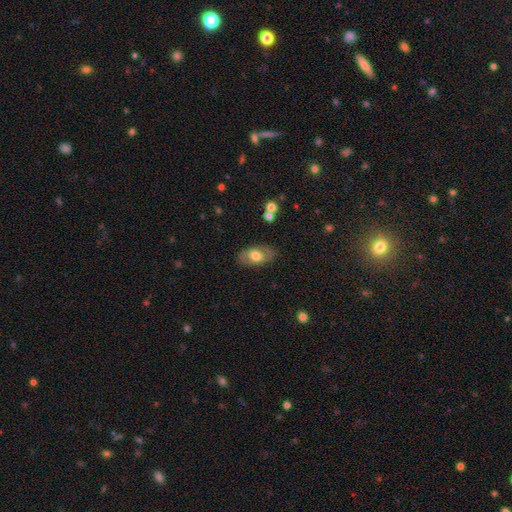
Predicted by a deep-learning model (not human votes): smooth-or-featured: smooth: 57% | featured or disk: 37% | star or artifact: 6%
  how-rounded: in between: 91% | round: 7% | cigar-shaped: 2%
  merging: none: 81% | minor disturbance: 13% | major disturbance: 4% | merger: 2%